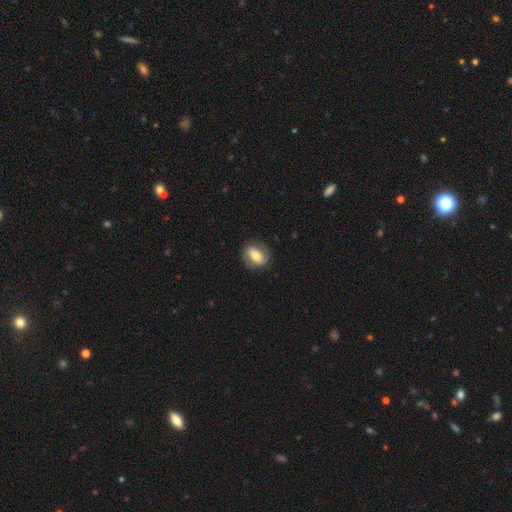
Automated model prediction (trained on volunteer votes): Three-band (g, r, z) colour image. It shows a smooth galaxy with no disk features (55%) that is in between round and cigar-shaped (70%). Merging: none (79%).